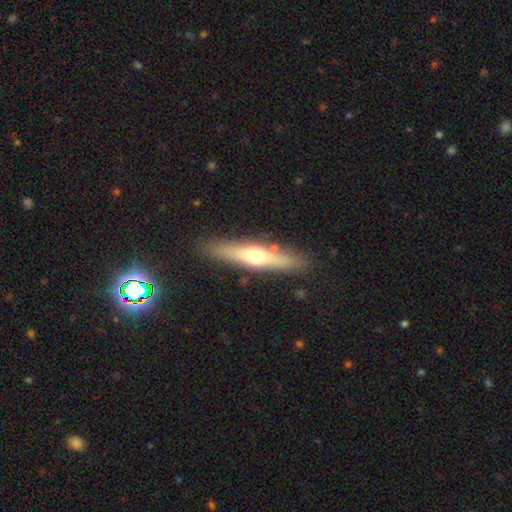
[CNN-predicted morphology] smooth-or-featured: featured or disk: 53% | smooth: 41% | star or artifact: 6%
  disk-edge-on: yes: 90% | no: 10%
  merging: none: 86% | minor disturbance: 9% | merger: 3% | major disturbance: 2%